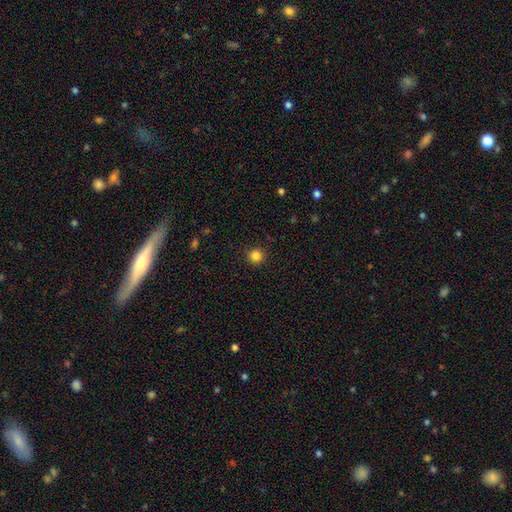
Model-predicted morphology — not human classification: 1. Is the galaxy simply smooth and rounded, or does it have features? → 85% smooth, 12% star or artifact, 4% featured or disk.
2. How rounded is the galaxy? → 95% round, 4% in between, 1% cigar-shaped.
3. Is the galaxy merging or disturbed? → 91% none, 6% minor disturbance, 2% major disturbance, 1% merger.